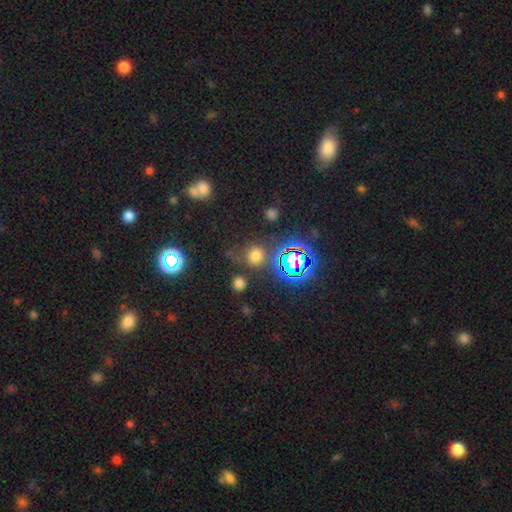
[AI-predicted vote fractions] Q: Smooth or featured?
A: smooth (56%); runner-up: star or artifact (35%)
Q: How rounded?
A: round (79%); runner-up: in between (19%)
Q: Merging?
A: none (69%); runner-up: minor disturbance (14%)